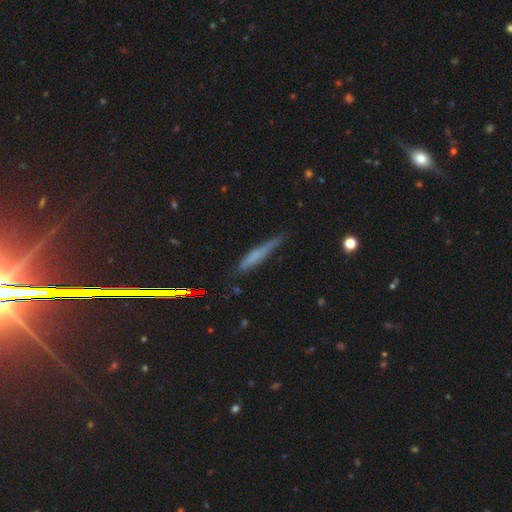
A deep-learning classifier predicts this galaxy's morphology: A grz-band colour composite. It shows a smooth galaxy with no disk features (55%) that is cigar-shaped (91%). Merging: none (66%).